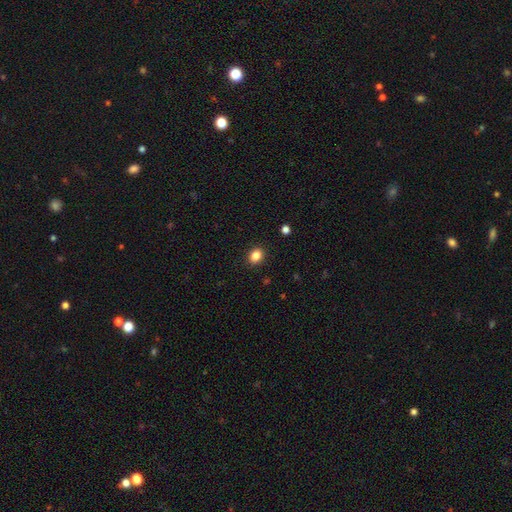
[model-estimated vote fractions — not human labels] Smooth or featured? smooth (85%)
How rounded? in between (54%)
Merging? none (90%)